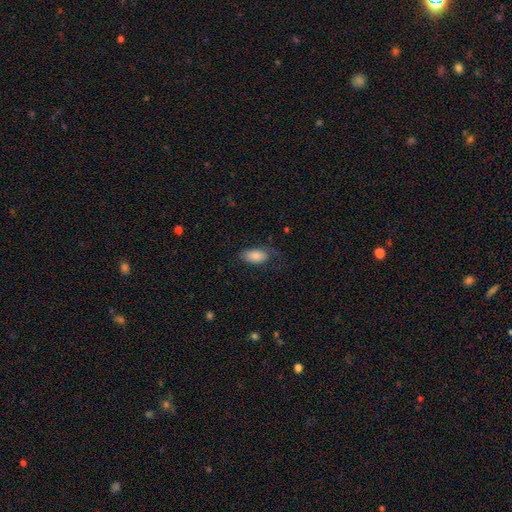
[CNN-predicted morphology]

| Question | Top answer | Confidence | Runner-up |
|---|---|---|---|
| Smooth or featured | smooth | 84% | featured or disk (10%) |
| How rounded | in between | 94% | cigar-shaped (3%) |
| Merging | none | 63% | minor disturbance (23%) |